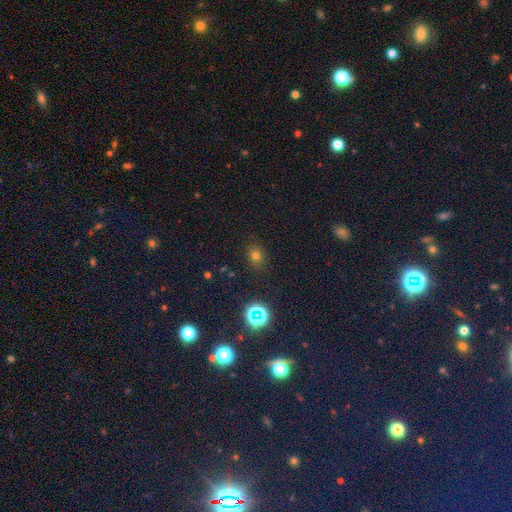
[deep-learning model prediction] Overall: smooth (67%). How rounded: round (67%; in between 32%). Merging: none (86%).